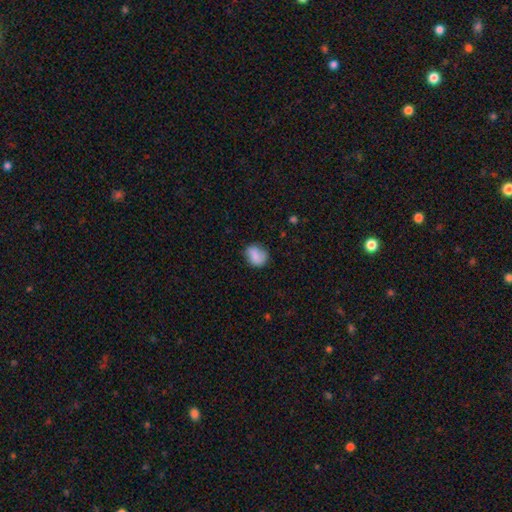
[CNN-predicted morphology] smooth-or-featured: smooth: 81% | featured or disk: 11% | star or artifact: 8%
  how-rounded: round: 51% | in between: 48% | cigar-shaped: 1%
  merging: none: 68% | minor disturbance: 23% | major disturbance: 7% | merger: 2%